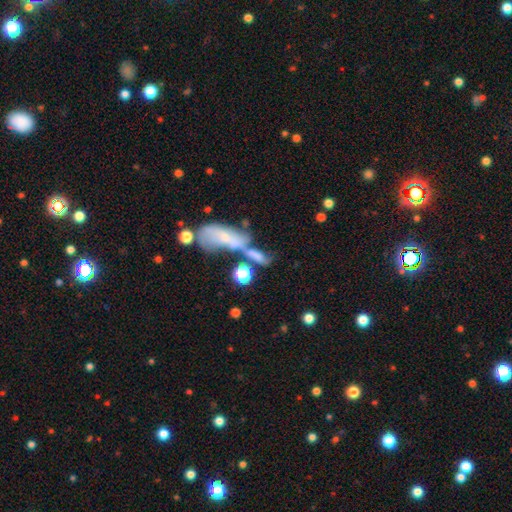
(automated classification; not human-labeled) Smooth or featured? Predicted: smooth (p=0.61). How rounded? Predicted: in between (p=0.58). Merging? Predicted: merger (p=0.49).